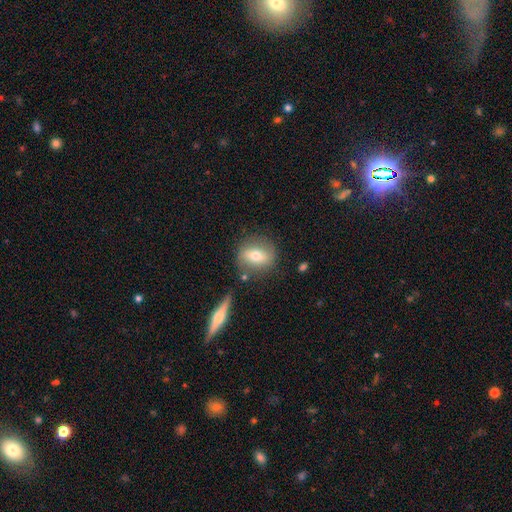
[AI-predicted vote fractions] Smooth or featured?
  - smooth: 59% *
  - featured or disk: 33%
  - star or artifact: 8%
How rounded?
  - round: 56% *
  - in between: 39%
  - cigar-shaped: 5%
Merging?
  - none: 75% *
  - minor disturbance: 13%
  - merger: 6%
  - major disturbance: 5%